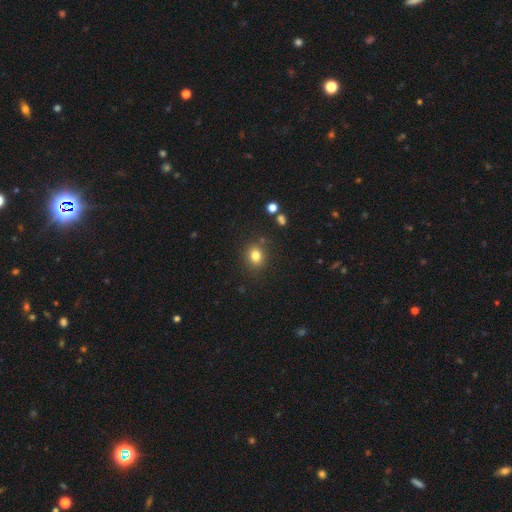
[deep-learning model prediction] The model was most divided on "how rounded": round: 61%, in between: 38%, cigar-shaped: 1%. More confident: merging — none (83%); smooth or featured — smooth (81%).